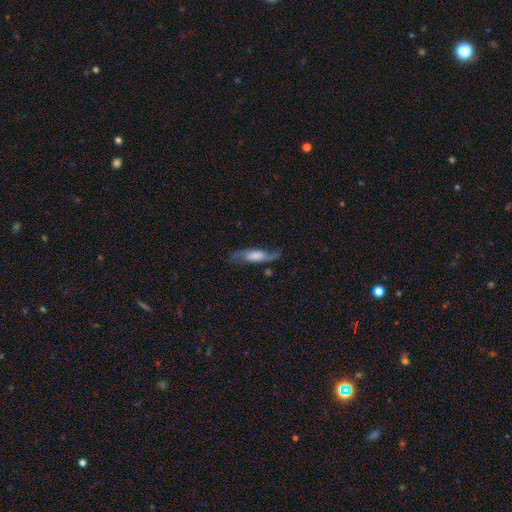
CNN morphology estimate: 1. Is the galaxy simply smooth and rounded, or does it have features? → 58% featured or disk, 35% smooth, 7% star or artifact.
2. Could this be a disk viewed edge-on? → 72% no, 28% yes.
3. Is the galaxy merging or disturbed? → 64% none, 22% minor disturbance, 12% major disturbance, 3% merger.